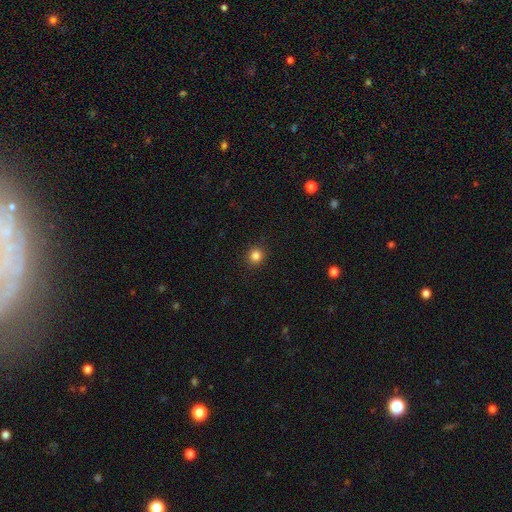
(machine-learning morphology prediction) A smooth galaxy with no disk features (84%) that is round (90%). Merging: none (92%).